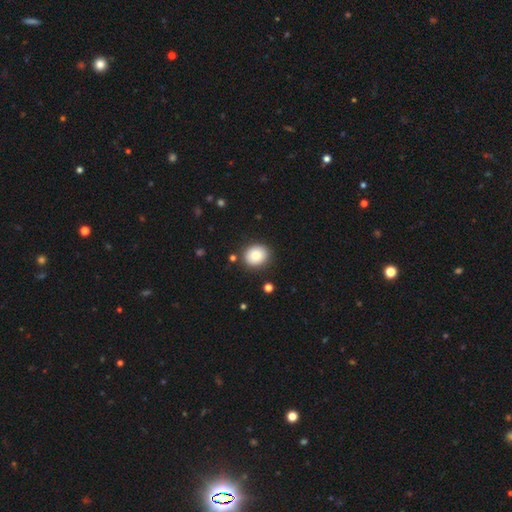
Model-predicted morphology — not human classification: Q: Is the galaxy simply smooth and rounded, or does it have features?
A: smooth — 80%.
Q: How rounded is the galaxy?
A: round — 72%.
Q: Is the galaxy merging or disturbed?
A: none — 88%.